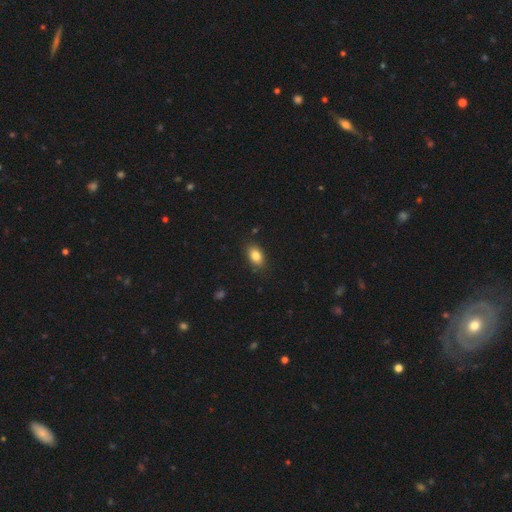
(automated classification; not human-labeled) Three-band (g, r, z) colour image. It shows a smooth galaxy with no disk features (84%) that is in between round and cigar-shaped (88%). Merging: none (86%).